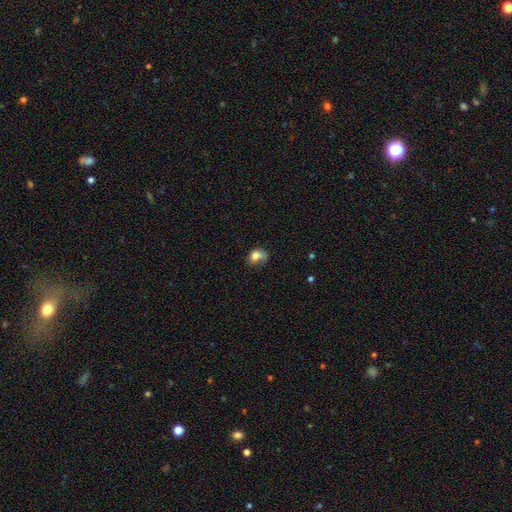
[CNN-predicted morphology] Smooth or featured: smooth — 76% (featured or disk — 13%)
How rounded: in between — 63% (round — 36%)
Merging: none — 37% (tied with minor disturbance — 37%)